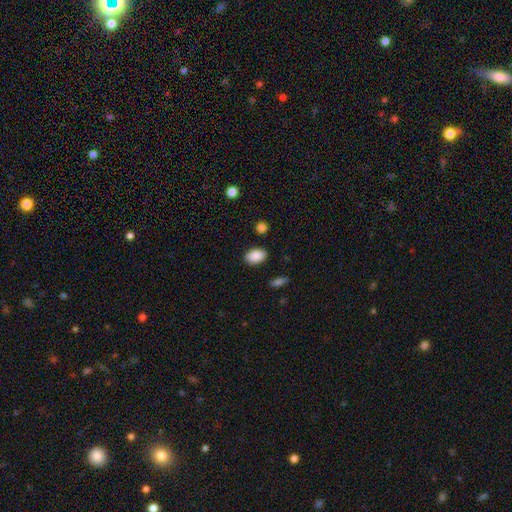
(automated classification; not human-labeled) Overall: smooth (89%). How rounded: in between (87%). Merging: none (86%).